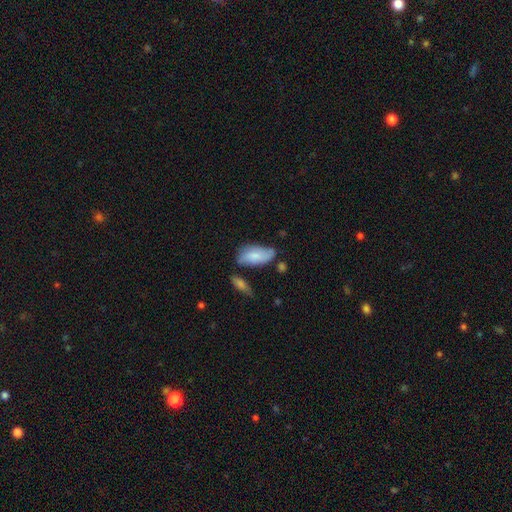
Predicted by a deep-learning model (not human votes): A smooth galaxy with no disk features (73%) that is in between round and cigar-shaped (90%).

Vote fractions:
- Smooth or featured? smooth: 73% / featured or disk: 21% / star or artifact: 6%
- How rounded? in between: 90% / cigar-shaped: 7% / round: 3%
- Merging? none: 52% / minor disturbance: 30% / merger: 9% / major disturbance: 8%